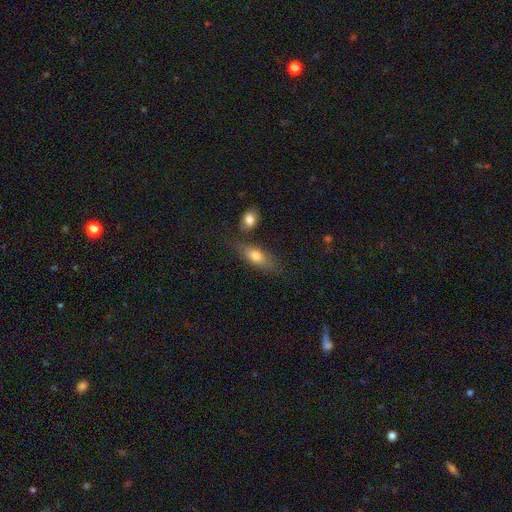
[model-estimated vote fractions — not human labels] Smooth or featured?
  - smooth: 73% *
  - featured or disk: 20%
  - star or artifact: 8%
How rounded?
  - in between: 73% *
  - cigar-shaped: 22%
  - round: 6%
Merging?
  - none: 63% *
  - minor disturbance: 18%
  - merger: 13%
  - major disturbance: 6%